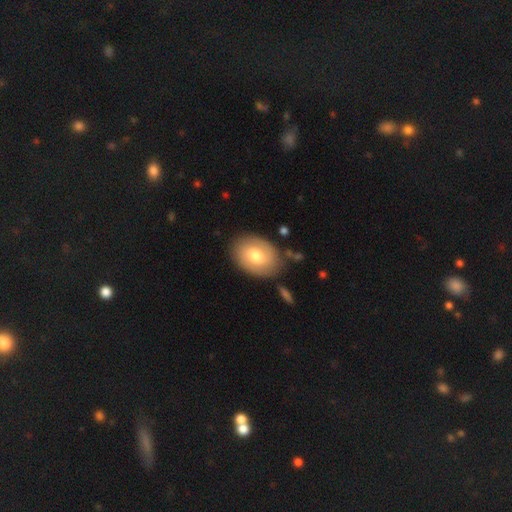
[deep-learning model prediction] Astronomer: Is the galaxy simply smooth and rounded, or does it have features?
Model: smooth — 65%.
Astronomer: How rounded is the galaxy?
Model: in between — 78%.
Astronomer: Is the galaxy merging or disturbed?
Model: none — 81%.